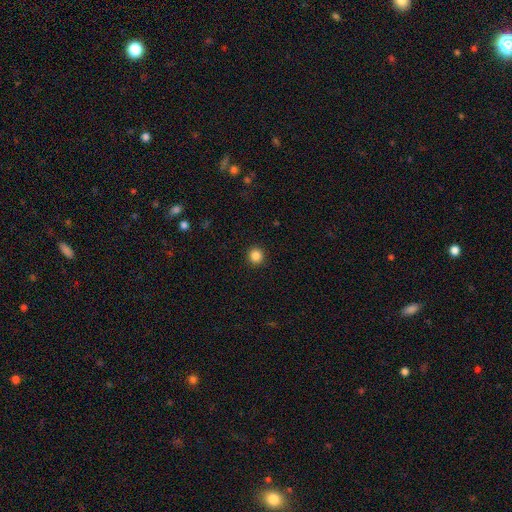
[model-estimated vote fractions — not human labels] Overall: smooth (86%). How rounded: round (95%). Merging: none (93%).